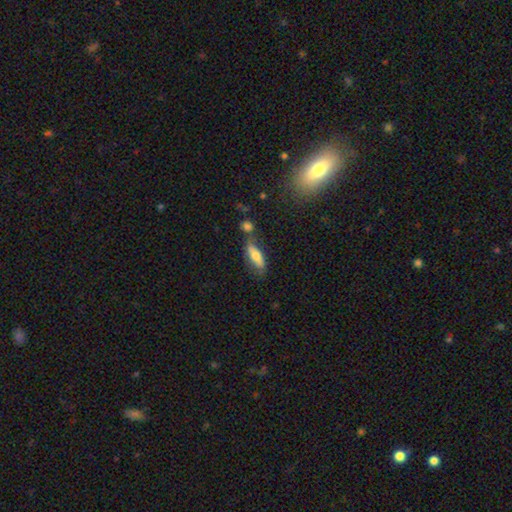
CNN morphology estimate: Q: Smooth or featured?
A: smooth (66%); runner-up: featured or disk (27%)
Q: How rounded?
A: in between (60%); runner-up: cigar-shaped (37%)
Q: Merging?
A: none (57%); runner-up: minor disturbance (20%)